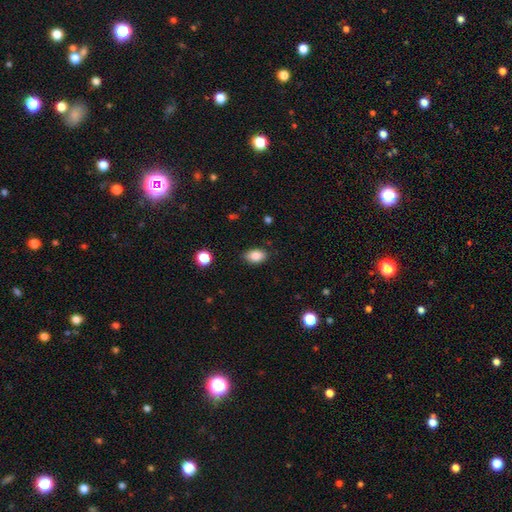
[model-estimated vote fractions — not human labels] Smooth or featured: smooth — 86% (star or artifact — 9%)
How rounded: in between — 86% (round — 13%)
Merging: none — 84% (minor disturbance — 12%)